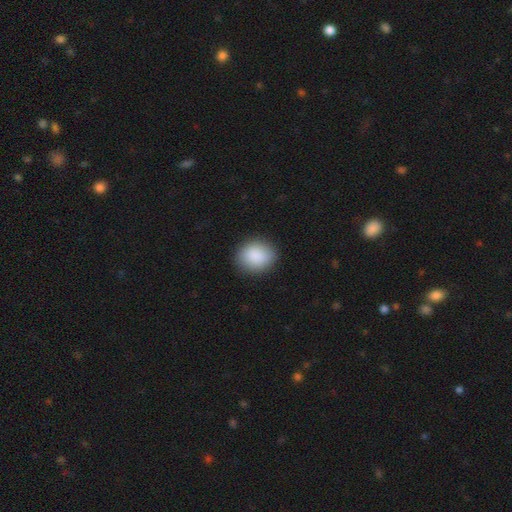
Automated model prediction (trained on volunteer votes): The model was most divided on "how rounded": round: 69%, in between: 30%, cigar-shaped: 1%. More confident: smooth or featured — smooth (89%); merging — none (89%).